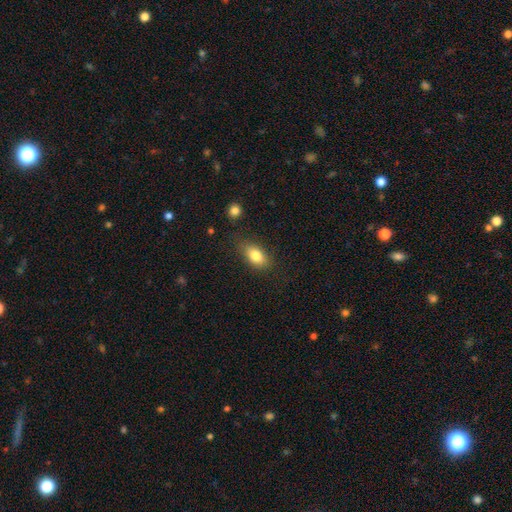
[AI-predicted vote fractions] Overall: smooth (80%). How rounded: in between (85%). Merging: none (77%).